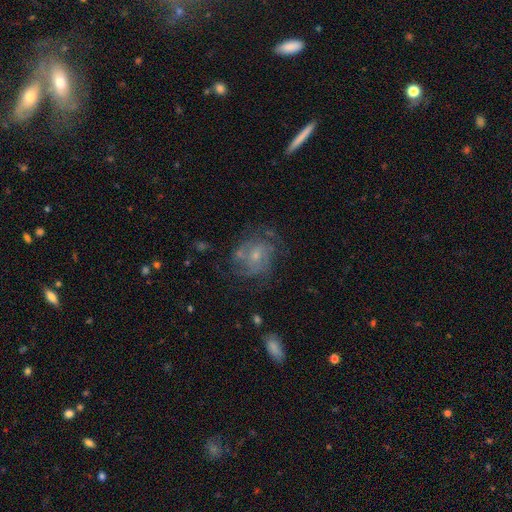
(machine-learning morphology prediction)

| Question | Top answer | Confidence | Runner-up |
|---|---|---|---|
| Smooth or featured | featured or disk | 66% | smooth (24%) |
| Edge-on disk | no | 97% | yes (3%) |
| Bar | no | 71% | weak (25%) |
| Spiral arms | yes | 74% | no (26%) |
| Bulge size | small | 63% | moderate (29%) |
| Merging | none | 54% | minor disturbance (21%) |